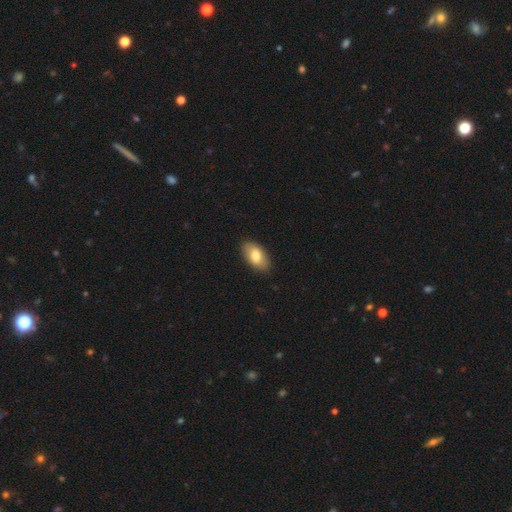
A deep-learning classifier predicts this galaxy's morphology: Overall: smooth (79%). How rounded: in between (93%). Merging: none (86%).